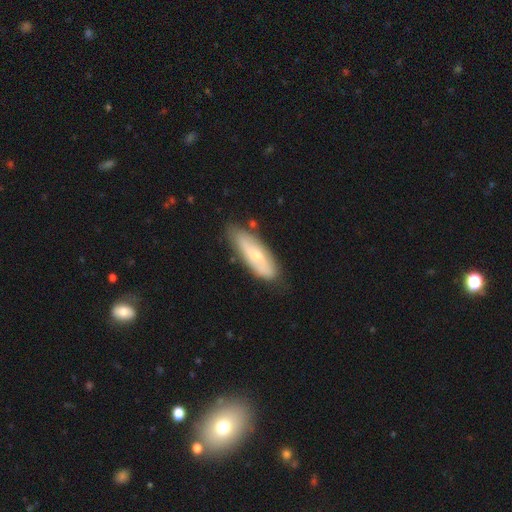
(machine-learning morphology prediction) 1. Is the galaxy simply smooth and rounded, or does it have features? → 49% smooth, 45% featured or disk, 6% star or artifact.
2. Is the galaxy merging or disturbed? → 74% none, 19% minor disturbance, 4% major disturbance, 3% merger.